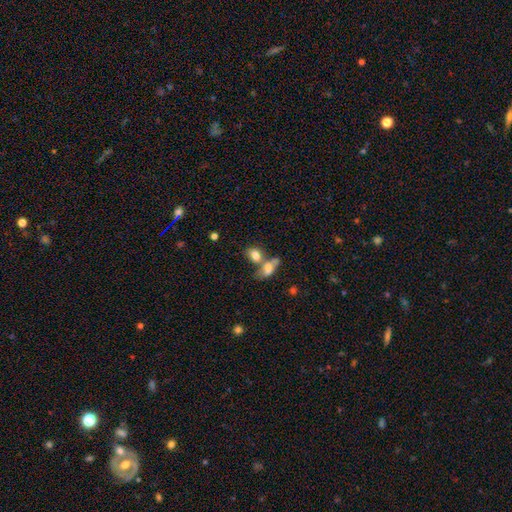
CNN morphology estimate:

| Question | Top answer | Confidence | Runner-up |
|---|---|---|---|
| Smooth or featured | smooth | 77% | featured or disk (13%) |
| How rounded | in between | 78% | round (19%) |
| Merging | merger | 52% | none (30%) |